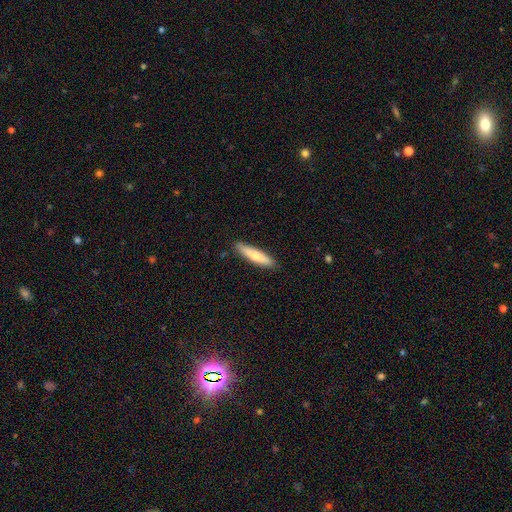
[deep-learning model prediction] smooth_or_featured: smooth (p=0.71) [alt: featured or disk p=0.24]
how_rounded: cigar-shaped (p=0.85) [alt: in between p=0.14]
merging: none (p=0.88) [alt: minor disturbance p=0.09]